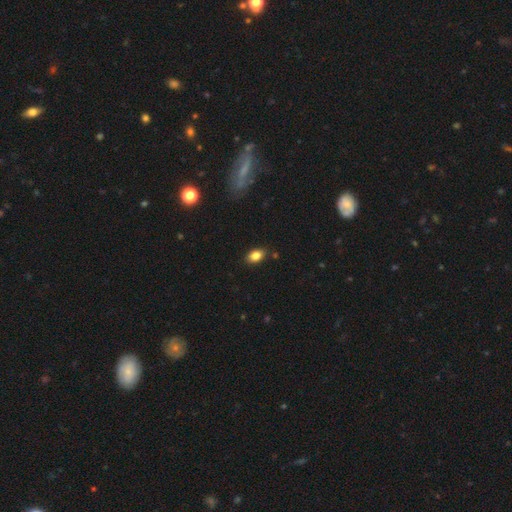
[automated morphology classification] Smooth or featured? Predicted: smooth (p=0.83). How rounded? Predicted: in between (p=0.86). Merging? Predicted: none (p=0.86).